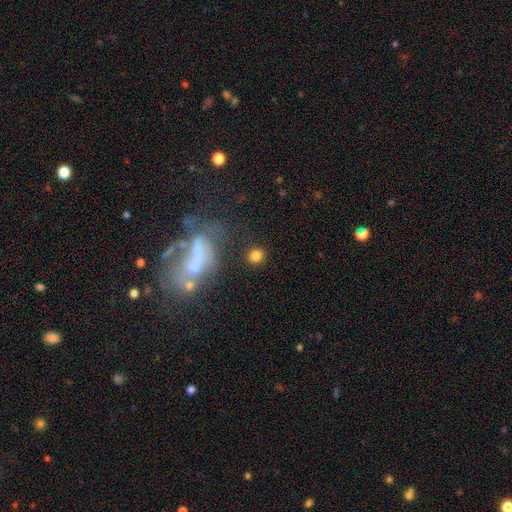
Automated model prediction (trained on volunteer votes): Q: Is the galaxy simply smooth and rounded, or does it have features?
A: smooth — 81%.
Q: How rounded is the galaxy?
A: round — 86%.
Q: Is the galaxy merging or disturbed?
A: none — 83%.